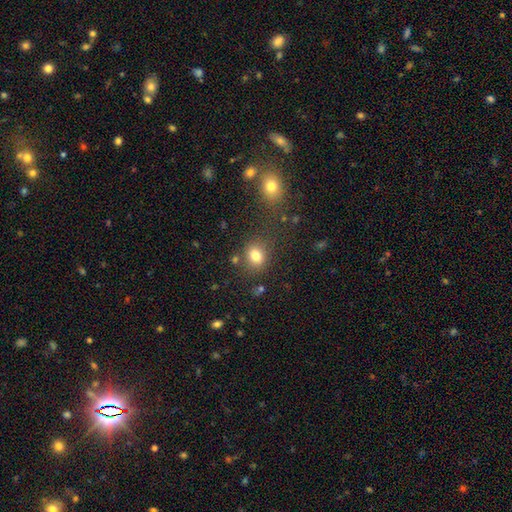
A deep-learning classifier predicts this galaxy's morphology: smooth-or-featured: smooth: 79% | star or artifact: 13% | featured or disk: 7%
  how-rounded: round: 58% | in between: 41% | cigar-shaped: 1%
  merging: none: 72% | minor disturbance: 13% | merger: 9% | major disturbance: 6%